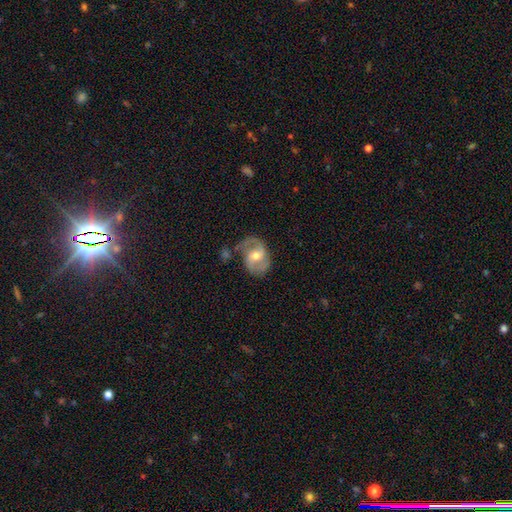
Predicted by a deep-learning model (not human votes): A featured or disk galaxy (77%) with a weak bar (47%), 2 (83%) medium (52%) spiral arms (89%) and a moderate central bulge (68%). Merging: none (56%).